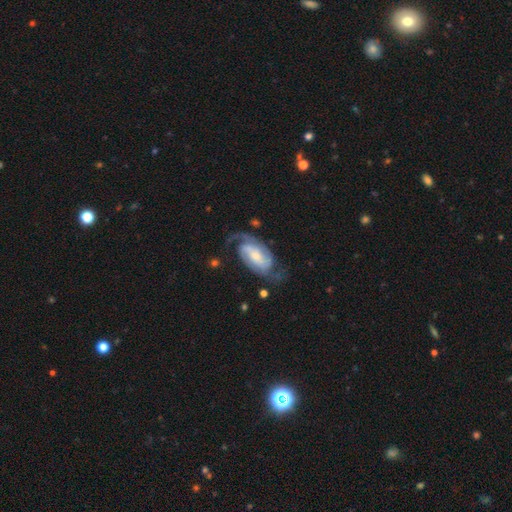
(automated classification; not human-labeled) Smooth or featured? Predicted: featured or disk (p=0.86). Edge-on disk? Predicted: no (p=0.96). Bar? Predicted: no (p=0.40, tied with weak). Spiral arms? Predicted: yes (p=0.97). Spiral winding? Predicted: medium (p=0.46). Spiral arm count? Predicted: 2 (p=0.82). Bulge size? Predicted: small (p=0.50). Merging? Predicted: none (p=0.66).